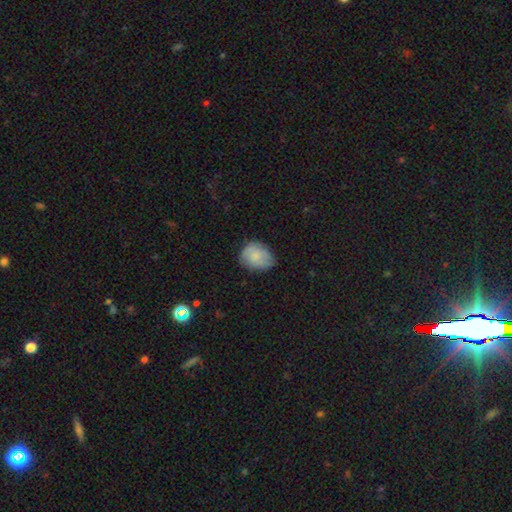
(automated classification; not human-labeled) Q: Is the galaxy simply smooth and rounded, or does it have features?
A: smooth — 74%.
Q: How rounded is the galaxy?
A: in between — 51%.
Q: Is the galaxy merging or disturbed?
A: none — 66%.